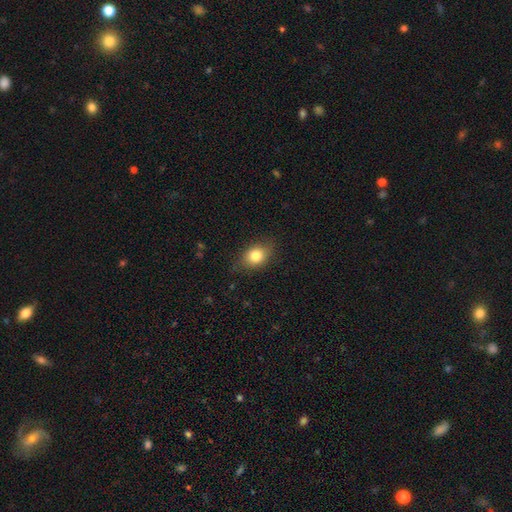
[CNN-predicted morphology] This is clearly a smooth galaxy (80%). How rounded: likely in between (60%). Merging: clearly none (80%).